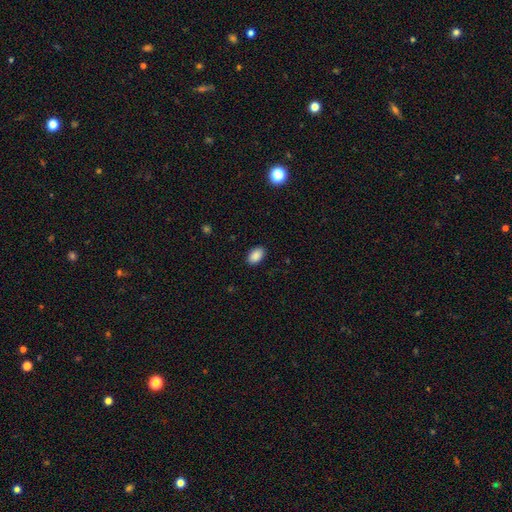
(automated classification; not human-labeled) Smooth or featured? Predicted: smooth (p=0.89). How rounded? Predicted: in between (p=0.92). Merging? Predicted: none (p=0.89).